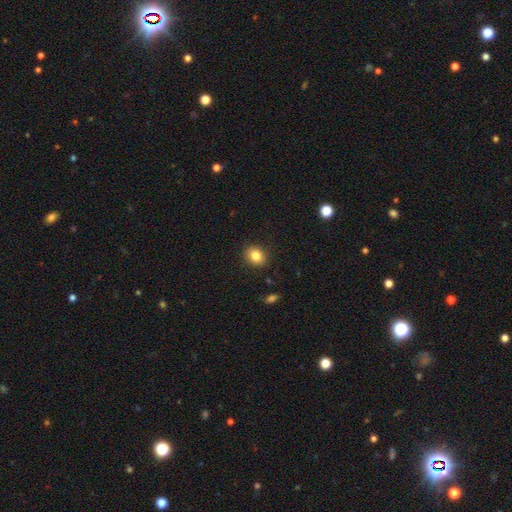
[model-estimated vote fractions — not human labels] Q: Smooth or featured?
A: smooth (83%); runner-up: star or artifact (10%)
Q: How rounded?
A: round (54%); runner-up: in between (45%)
Q: Merging?
A: none (89%); runner-up: minor disturbance (8%)